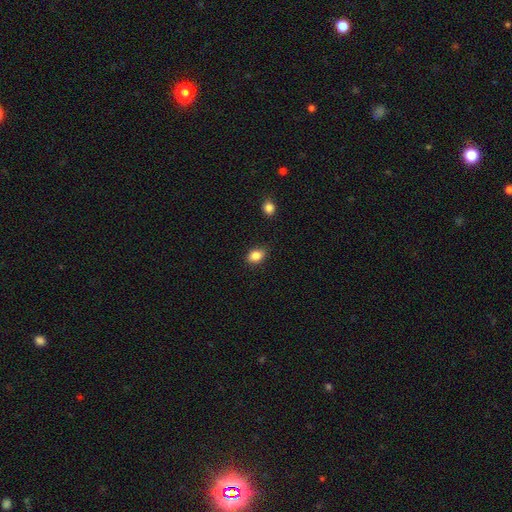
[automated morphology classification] smooth_or_featured: smooth (p=0.85) [alt: star or artifact p=0.09]
how_rounded: in between (p=0.70) [alt: round p=0.29]
merging: none (p=0.84) [alt: minor disturbance p=0.12]